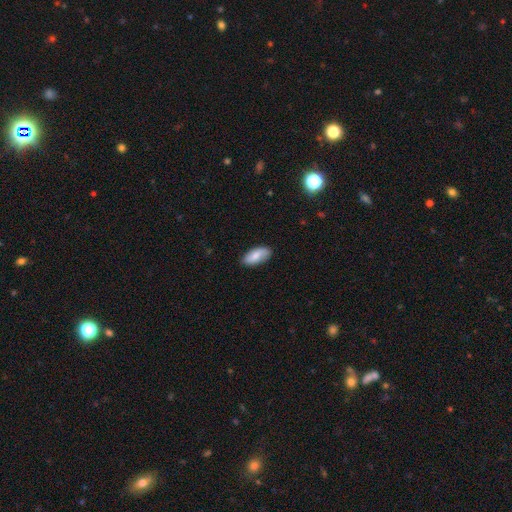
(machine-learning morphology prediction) Q: Smooth or featured?
A: smooth (76%); runner-up: featured or disk (18%)
Q: How rounded?
A: in between (89%); runner-up: cigar-shaped (9%)
Q: Merging?
A: none (84%); runner-up: minor disturbance (13%)